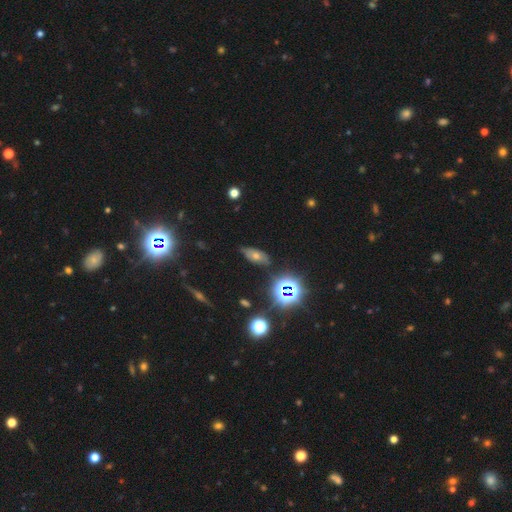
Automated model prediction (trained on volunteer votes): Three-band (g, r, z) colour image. It shows a star or artifact, not a galaxy (39%).